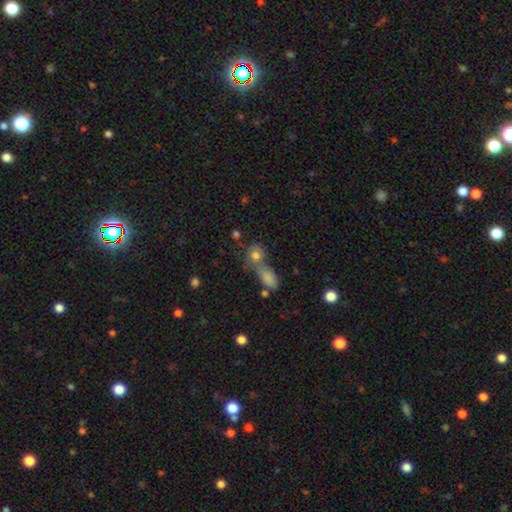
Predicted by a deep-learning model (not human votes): This is possibly a smooth galaxy (48%). Merging: marginally merger (43%).